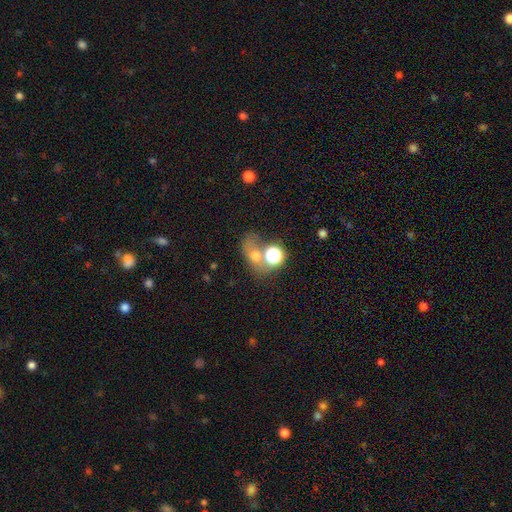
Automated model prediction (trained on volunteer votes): Morphology: type=smooth (58%); roundness=in between (50%); merging=merger (41%).